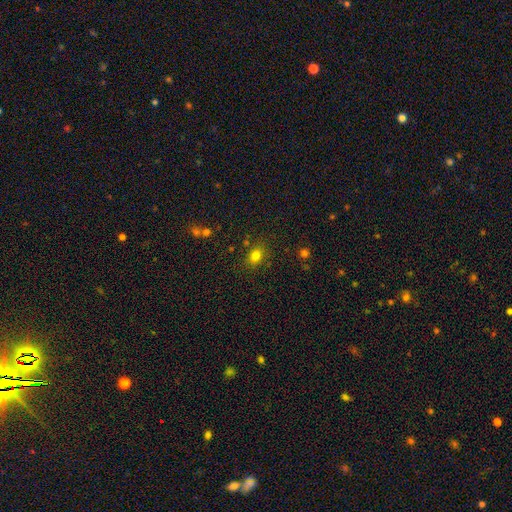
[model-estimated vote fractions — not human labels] Smooth or featured? Predicted: smooth (p=0.78). How rounded? Predicted: in between (p=0.58). Merging? Predicted: none (p=0.81).